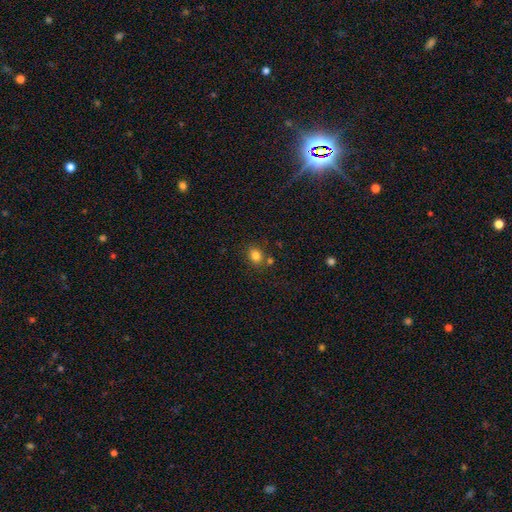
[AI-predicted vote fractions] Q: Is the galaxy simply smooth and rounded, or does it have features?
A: smooth — 81%.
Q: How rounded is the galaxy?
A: round — 54%.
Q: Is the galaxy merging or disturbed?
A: none — 74%.